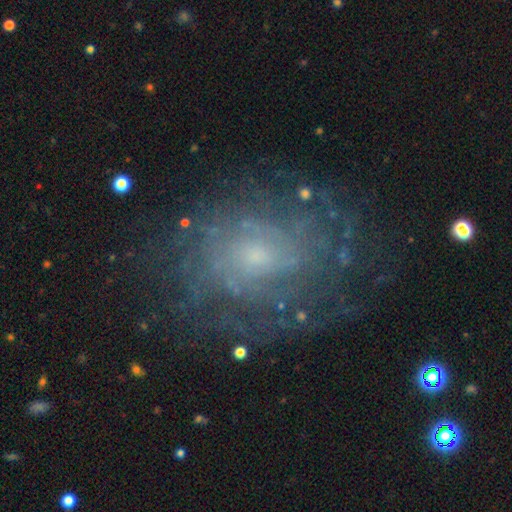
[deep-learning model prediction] Smooth or featured?
  - featured or disk: 71% *
  - smooth: 17%
  - star or artifact: 12%
Edge-on disk?
  - no: 97% *
  - yes: 3%
Bar?
  - no: 76% *
  - weak: 21%
  - strong: 3%
Spiral arms?
  - yes: 80% *
  - no: 20%
Spiral winding?
  - tight: 63% *
  - medium: 26%
  - loose: 11%
Spiral arm count?
  - can't tell: 60% *
  - 2: 11%
  - more than 4: 8%
  - 3: 8%
  - 4: 8%
  - 1: 5%
Bulge size?
  - small: 64% *
  - moderate: 28%
  - none: 5%
  - large: 3%
  - dominant: 1%
Merging?
  - none: 75% *
  - minor disturbance: 15%
  - major disturbance: 8%
  - merger: 1%